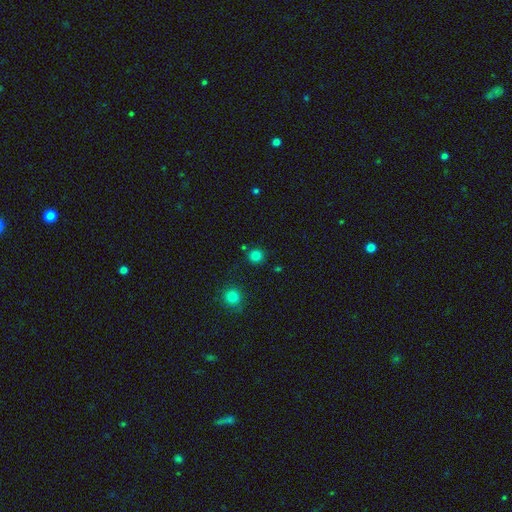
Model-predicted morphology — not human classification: smooth 81%, star or artifact 15%, featured or disk 5%. Down the decision tree: how rounded — round (93%); merging — none (86%).